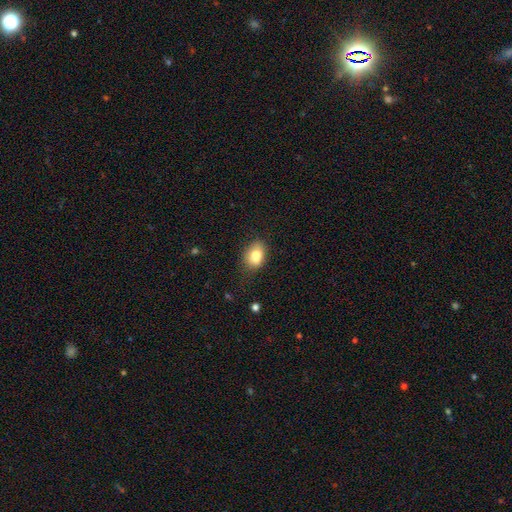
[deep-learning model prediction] A smooth galaxy with no disk features (80%) that is in between round and cigar-shaped (75%). Merging: none (64%).